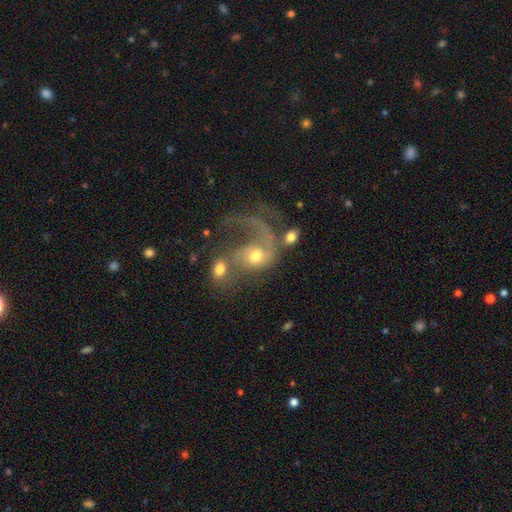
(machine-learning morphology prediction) Smooth or featured? featured or disk (62%)
Edge-on disk? no (97%)
Bar? no (72%)
Spiral arms? yes (77%)
Bulge size? moderate (60%)
Merging? merger (41%)